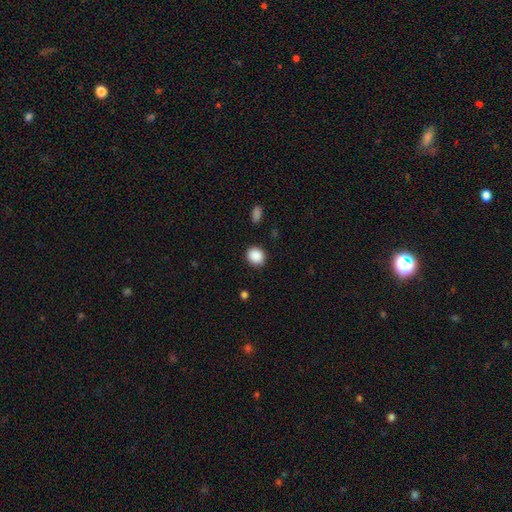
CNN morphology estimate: smooth 89%, star or artifact 8%, featured or disk 3%. Down the decision tree: how rounded — round (74%); merging — none (89%).